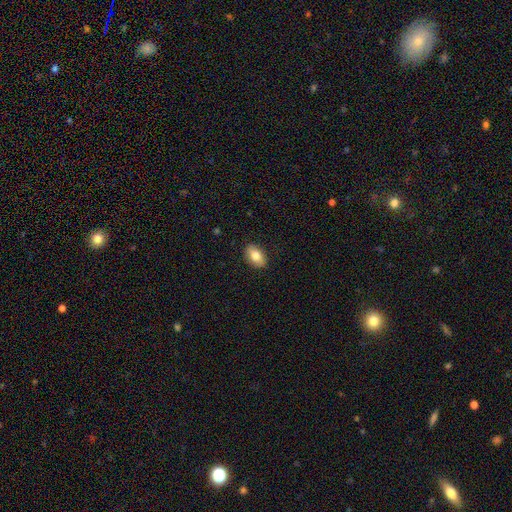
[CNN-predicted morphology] Overall: smooth (78%). How rounded: in between (88%). Merging: none (88%).